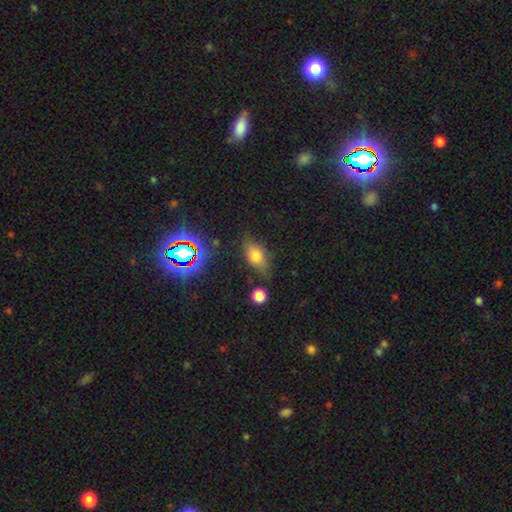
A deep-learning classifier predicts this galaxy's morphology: A smooth galaxy with no disk features (65%) that is in between round and cigar-shaped (81%).

Vote fractions:
- Smooth or featured? smooth: 65% / featured or disk: 20% / star or artifact: 15%
- How rounded? in between: 81% / round: 11% / cigar-shaped: 8%
- Merging? none: 70% / minor disturbance: 20% / major disturbance: 6% / merger: 4%